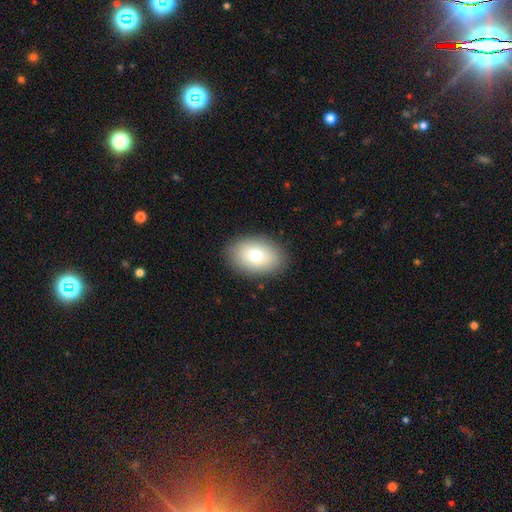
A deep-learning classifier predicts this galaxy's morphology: This appears to be a smooth galaxy with no disk features (77%) that is in between round and cigar-shaped (83%). Merging: none (88%).